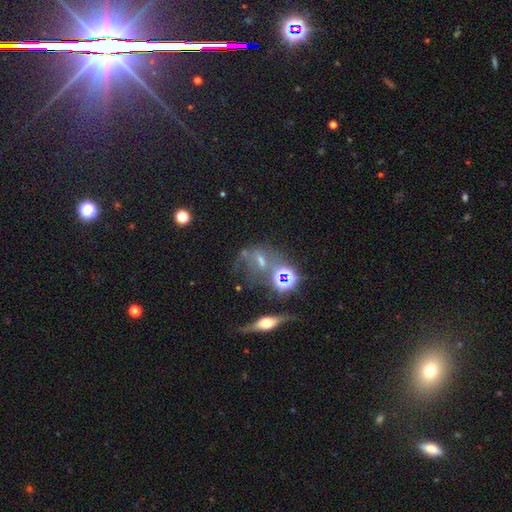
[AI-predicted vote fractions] Overall: featured or disk (41%; star or artifact 37%). Merging: none (43%; major disturbance 23%).